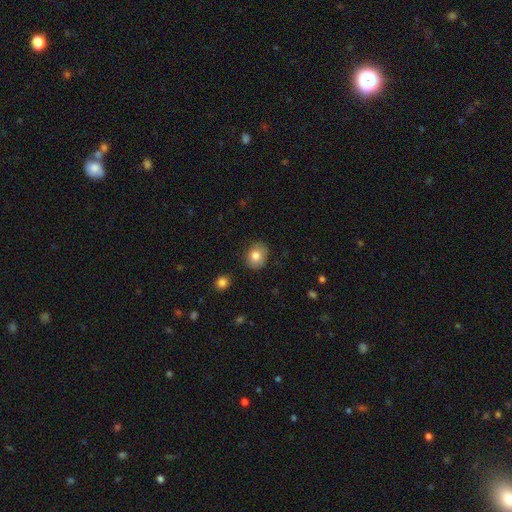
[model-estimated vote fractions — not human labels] Smooth or featured: smooth — 79% (featured or disk — 12%)
How rounded: round — 62% (in between — 37%)
Merging: none — 83% (minor disturbance — 13%)